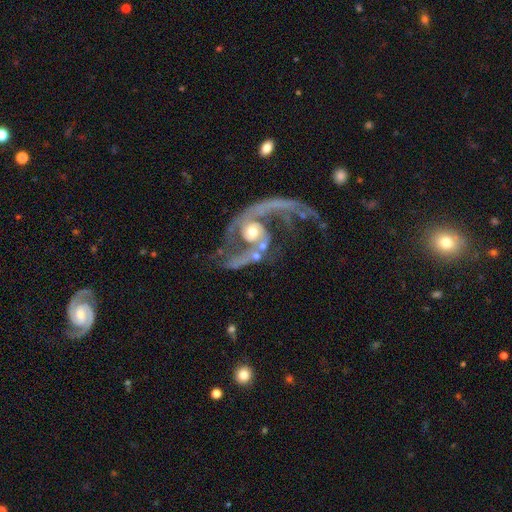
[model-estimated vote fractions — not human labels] The model was most divided on "merging": major disturbance: 36%, none: 32%, merger: 17%, minor disturbance: 16%. More confident: edge-on disk — no (97%); spiral arms — yes (90%); smooth or featured — featured or disk (86%); spiral arm count — 2 (78%); bar — no (69%); bulge size — moderate (64%); spiral winding — loose (58%).